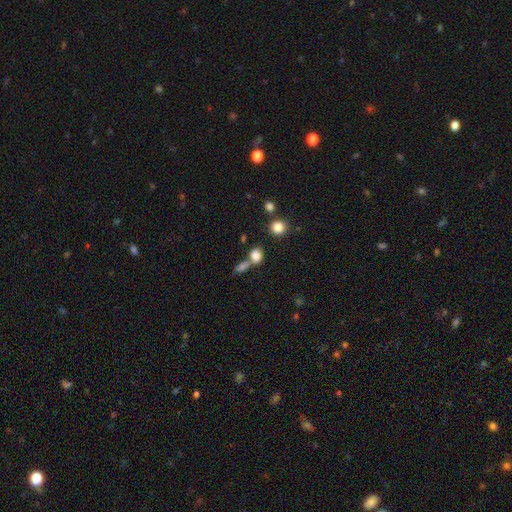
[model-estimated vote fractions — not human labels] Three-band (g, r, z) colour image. It shows a smooth galaxy with no disk features (80%) that is in between round and cigar-shaped (53%). Merging: merger (43%).